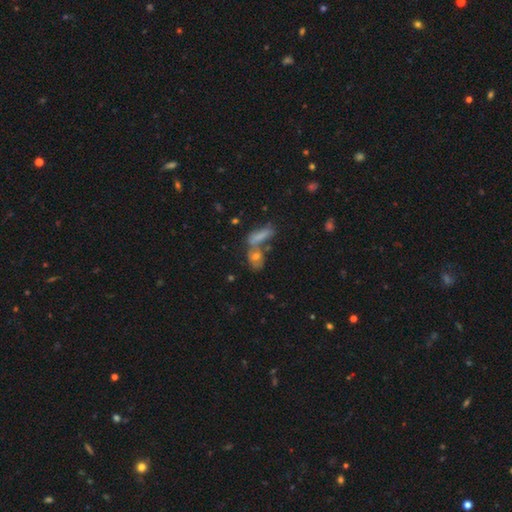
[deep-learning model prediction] The model was most divided on "merging": none: 43%, merger: 41%, minor disturbance: 10%, major disturbance: 7%. More confident: smooth or featured — smooth (53%); how rounded — in between (51%).